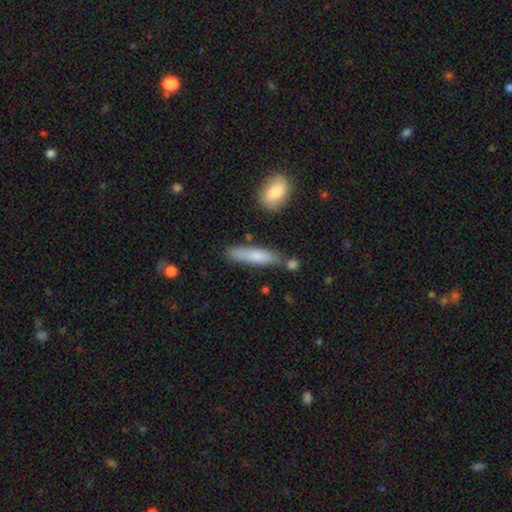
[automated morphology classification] type=smooth (75%); roundness=cigar-shaped (77%); merging=none (75%).